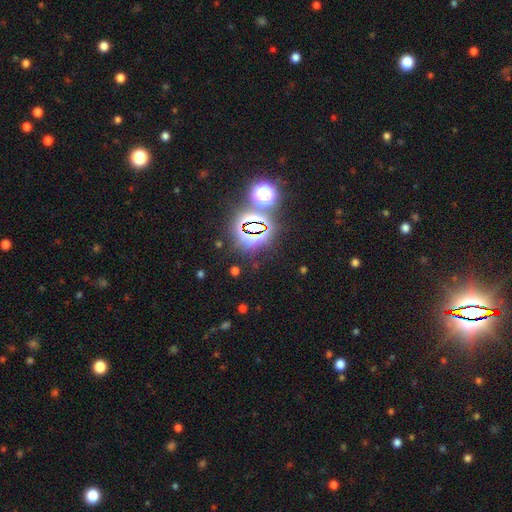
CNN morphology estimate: A star or artifact, not a galaxy (82%).